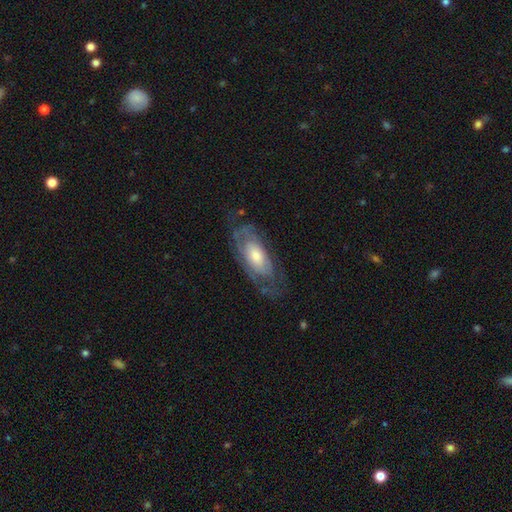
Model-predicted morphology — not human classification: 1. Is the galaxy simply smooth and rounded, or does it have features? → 64% featured or disk, 30% smooth, 6% star or artifact.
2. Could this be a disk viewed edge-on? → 88% no, 12% yes.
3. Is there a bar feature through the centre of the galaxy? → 78% no, 18% weak, 4% strong.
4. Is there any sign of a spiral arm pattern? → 68% yes, 32% no.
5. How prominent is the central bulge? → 50% moderate, 29% small, 17% large, 2% none, 2% dominant.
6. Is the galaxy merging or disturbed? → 62% none, 22% minor disturbance, 15% major disturbance, 1% merger.